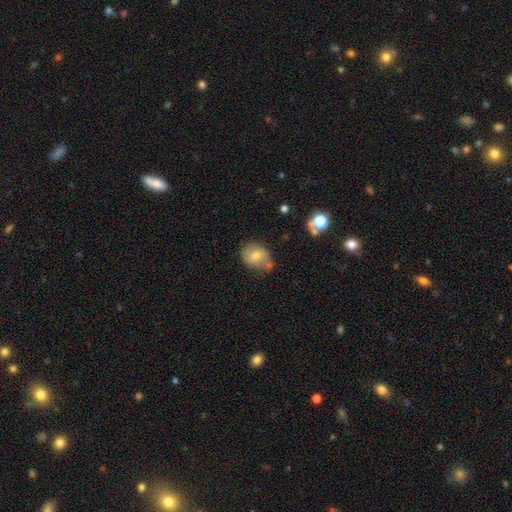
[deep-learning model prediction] This appears to be a smooth galaxy with no disk features (65%) that is in between round and cigar-shaped (60%). Merging: none (52%).